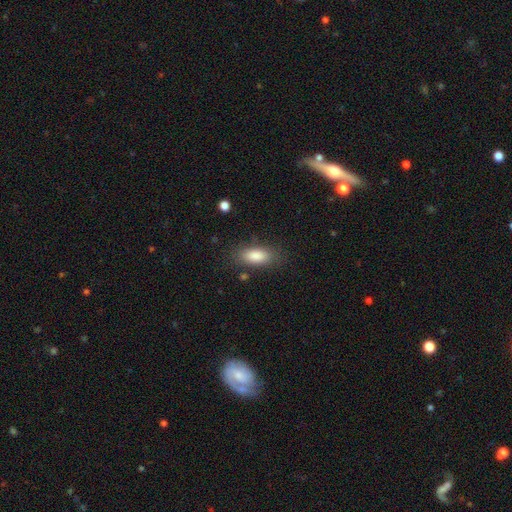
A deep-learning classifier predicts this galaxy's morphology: type=smooth (85%); roundness=in between (83%); merging=none (82%).